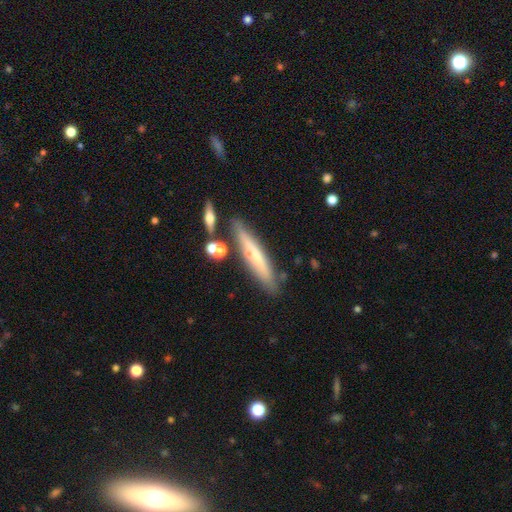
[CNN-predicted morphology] The model was most divided on "smooth or featured": smooth: 50%, featured or disk: 42%, star or artifact: 8%. More confident: merging — none (75%).